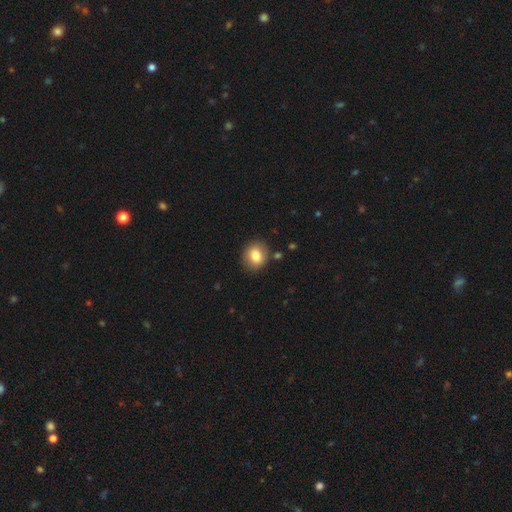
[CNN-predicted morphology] smooth 83%, star or artifact 8%, featured or disk 8%. Down the decision tree: how rounded — round (64%); merging — none (84%).